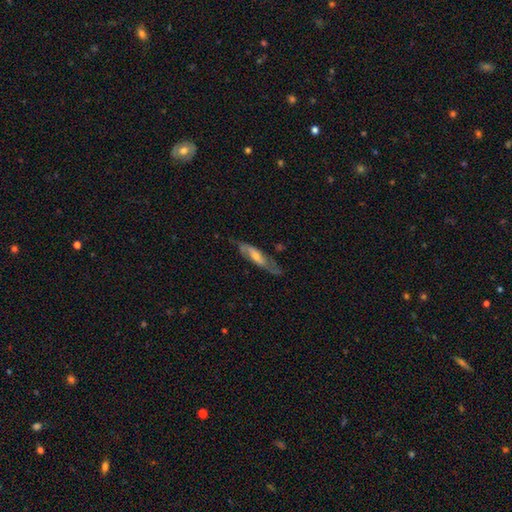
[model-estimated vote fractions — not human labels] Overall: featured or disk (64%; smooth 30%). Edge-on disk: no (66%; yes 34%). Merging: none (68%).